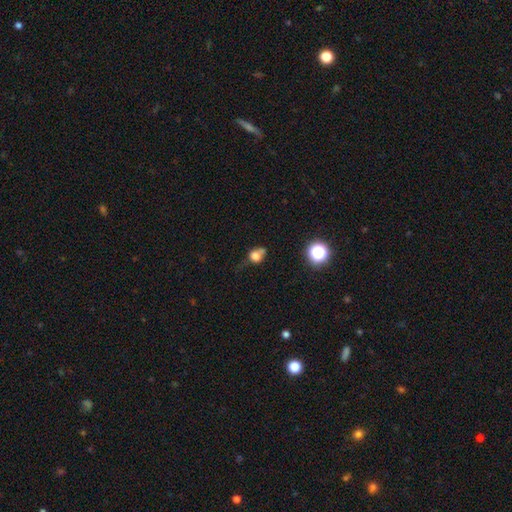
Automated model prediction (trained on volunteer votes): smooth 71%, star or artifact 15%, featured or disk 14%. Down the decision tree: how rounded — round (67%); merging — none (36%).